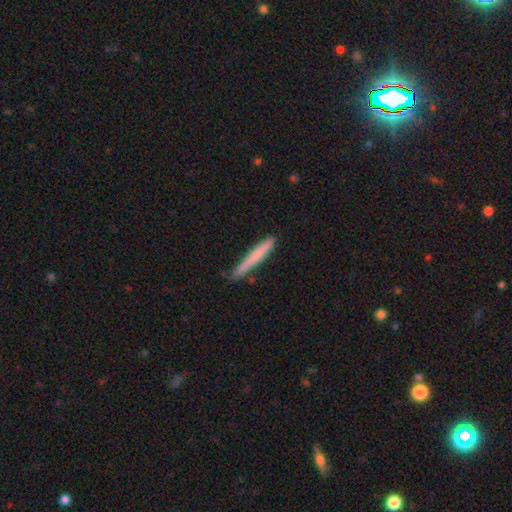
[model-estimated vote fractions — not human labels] Morphology: type=smooth (75%); roundness=cigar-shaped (96%); merging=none (82%).